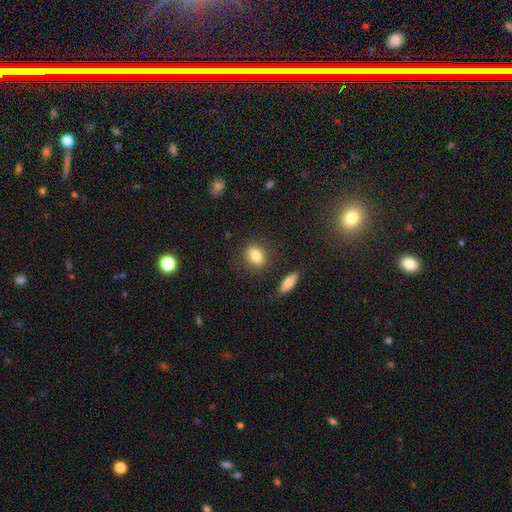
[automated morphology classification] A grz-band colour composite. It shows a smooth galaxy with no disk features (81%) that is in between round and cigar-shaped (61%). Merging: none (82%).